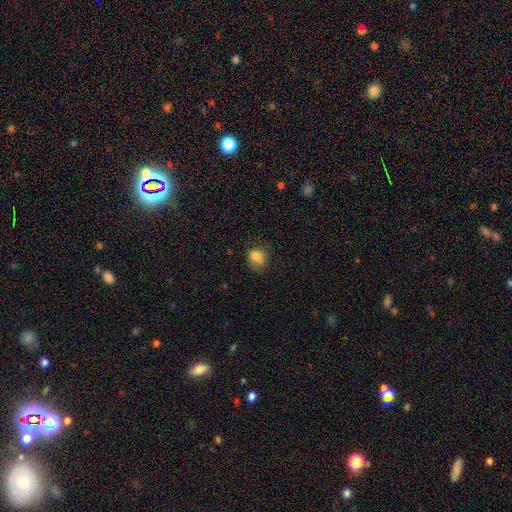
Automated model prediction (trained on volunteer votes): Smooth or featured? smooth (79%)
How rounded? round (69%)
Merging? none (50%)